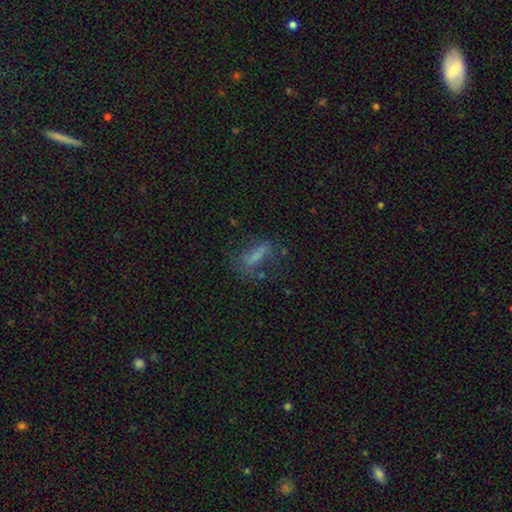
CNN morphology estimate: Q: Smooth or featured?
A: smooth (50%); runner-up: featured or disk (34%)
Q: Merging?
A: none (45%); runner-up: major disturbance (29%)